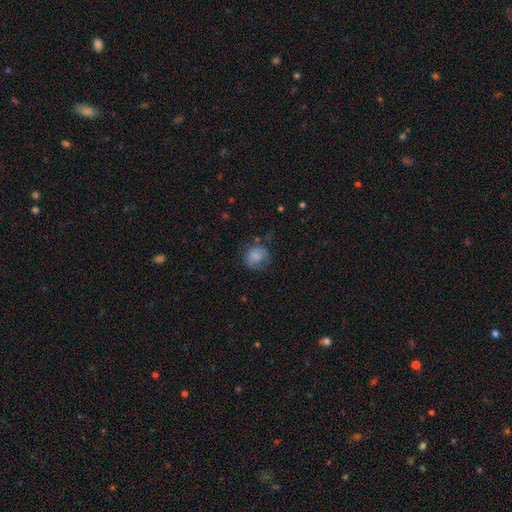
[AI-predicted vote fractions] smooth 76%, featured or disk 15%, star or artifact 9%. Down the decision tree: how rounded — round (77%); merging — none (57%).